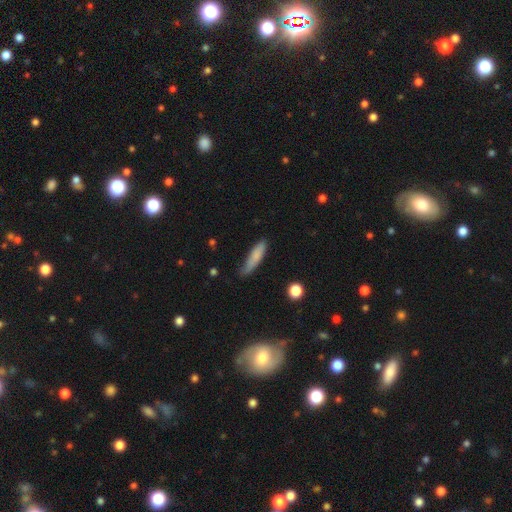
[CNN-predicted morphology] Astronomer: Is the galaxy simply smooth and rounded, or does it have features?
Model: smooth — 78%.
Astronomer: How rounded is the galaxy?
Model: cigar-shaped — 79%.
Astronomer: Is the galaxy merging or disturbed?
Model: none — 64%.